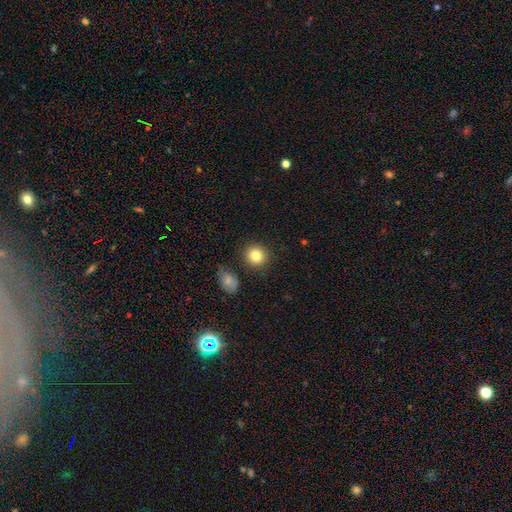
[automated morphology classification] This is clearly a smooth galaxy (82%). How rounded: clearly round (88%). Merging: clearly none (86%).